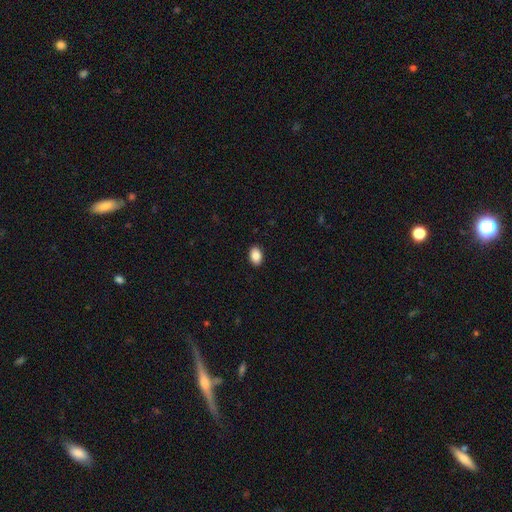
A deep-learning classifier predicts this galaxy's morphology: Smooth or featured? Predicted: smooth (p=0.89). How rounded? Predicted: in between (p=0.87). Merging? Predicted: none (p=0.91).